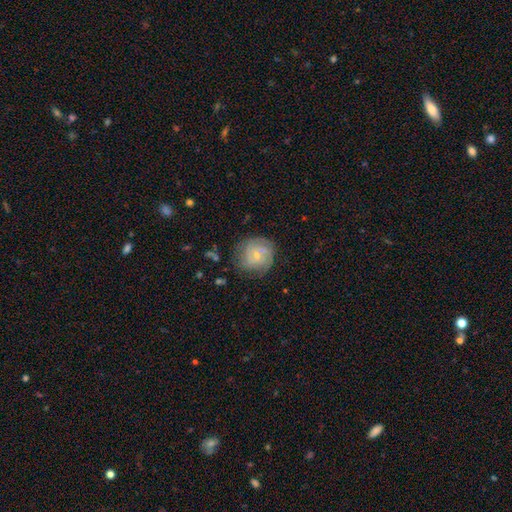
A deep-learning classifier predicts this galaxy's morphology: Smooth or featured? Predicted: featured or disk (p=0.57). Edge-on disk? Predicted: no (p=0.97). Bar? Predicted: no (p=0.65). Spiral arms? Predicted: yes (p=0.80). Bulge size? Predicted: small (p=0.71). Merging? Predicted: none (p=0.68).